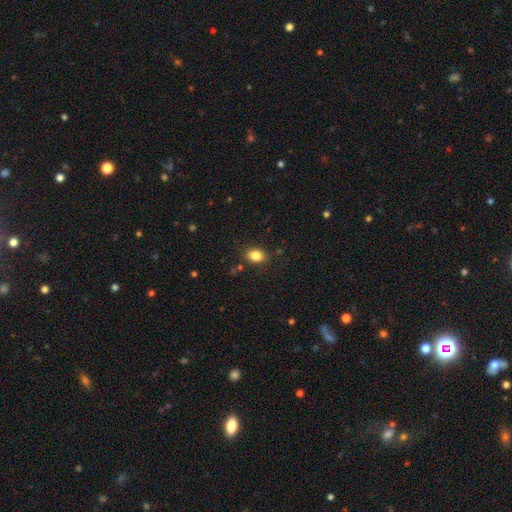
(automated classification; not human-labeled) Smooth or featured? Predicted: smooth (p=0.84). How rounded? Predicted: in between (p=0.74). Merging? Predicted: none (p=0.86).